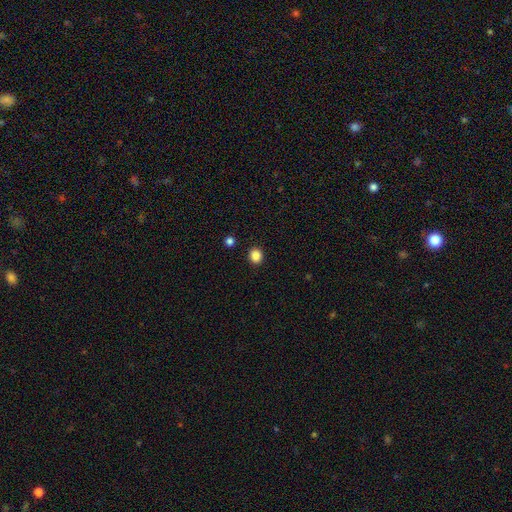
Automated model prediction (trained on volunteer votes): Smooth or featured? smooth (86%)
How rounded? round (80%)
Merging? none (91%)